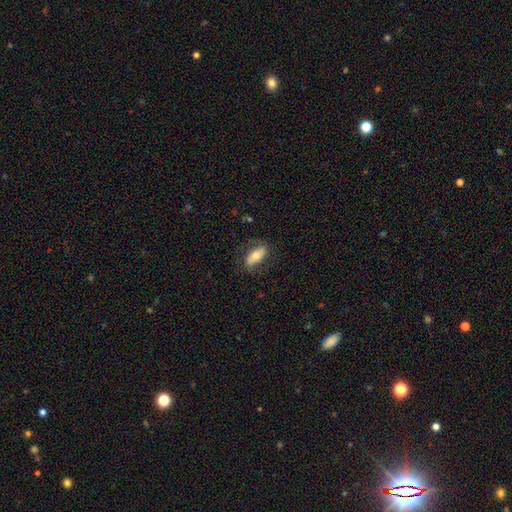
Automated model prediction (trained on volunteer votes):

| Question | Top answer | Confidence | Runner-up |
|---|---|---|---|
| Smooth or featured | smooth | 55% | featured or disk (39%) |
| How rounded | in between | 82% | cigar-shaped (14%) |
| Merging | none | 73% | minor disturbance (18%) |